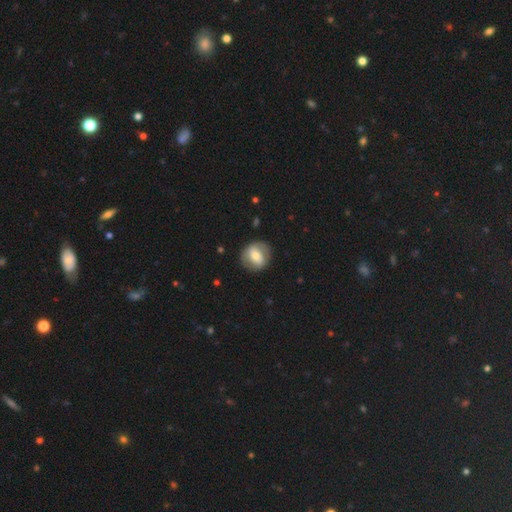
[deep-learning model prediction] A smooth galaxy with no disk features (51%) that is round (74%).

Vote fractions:
- Smooth or featured? smooth: 51% / featured or disk: 43% / star or artifact: 6%
- How rounded? round: 74% / in between: 25% / cigar-shaped: 1%
- Merging? none: 80% / minor disturbance: 13% / major disturbance: 6% / merger: 1%